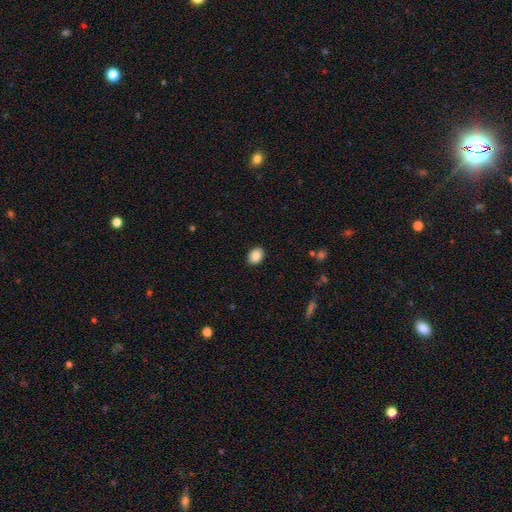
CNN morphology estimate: This appears to be a smooth galaxy with no disk features (87%) that is in between round and cigar-shaped (66%). Merging: none (90%).